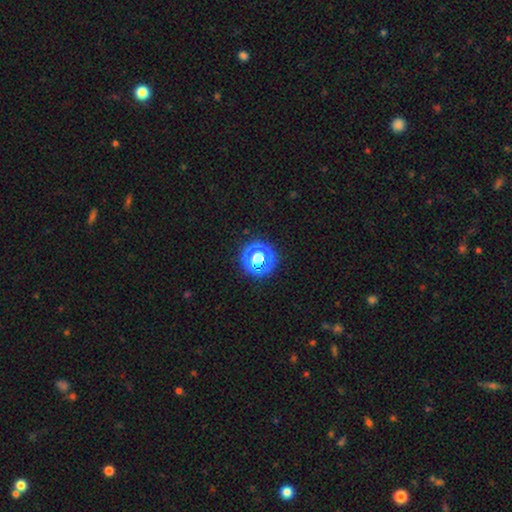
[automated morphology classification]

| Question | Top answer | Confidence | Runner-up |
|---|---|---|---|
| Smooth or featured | star or artifact | 74% | smooth (21%) |